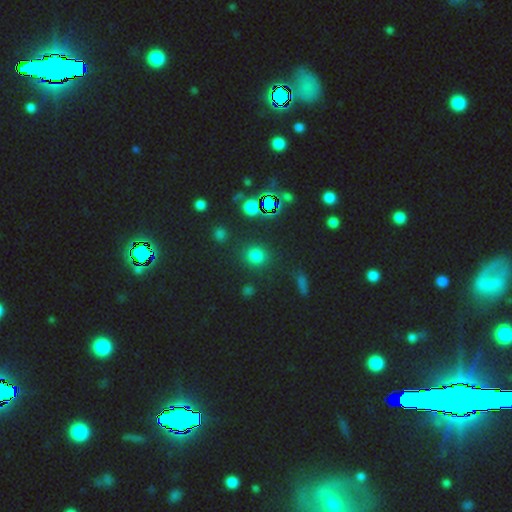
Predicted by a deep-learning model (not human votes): Overall: smooth (69%). How rounded: round (88%). Merging: none (86%).